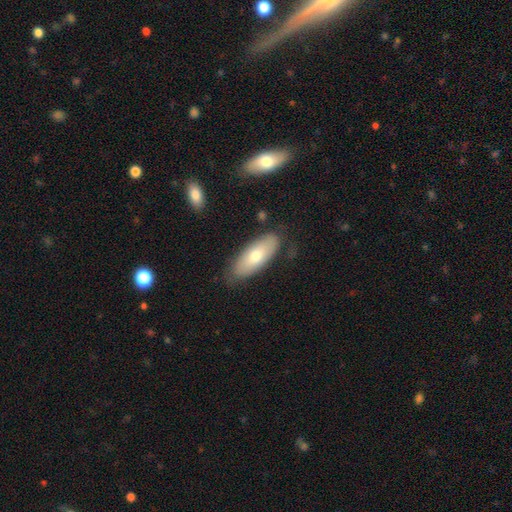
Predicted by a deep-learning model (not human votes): Smooth or featured? Predicted: smooth (p=0.69). How rounded? Predicted: in between (p=0.79). Merging? Predicted: none (p=0.79).